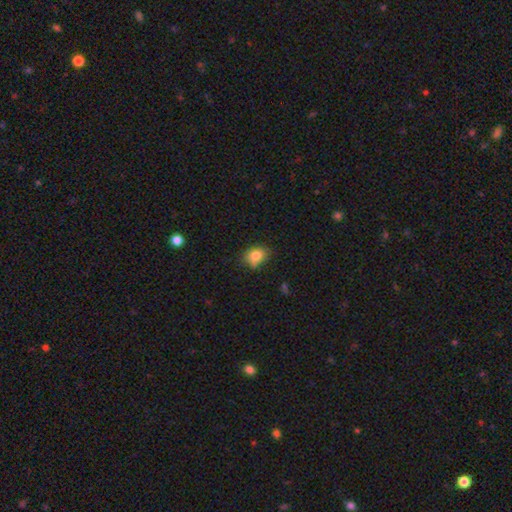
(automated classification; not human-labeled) Smooth or featured? Predicted: smooth (p=0.81). How rounded? Predicted: in between (p=0.57). Merging? Predicted: none (p=0.62).